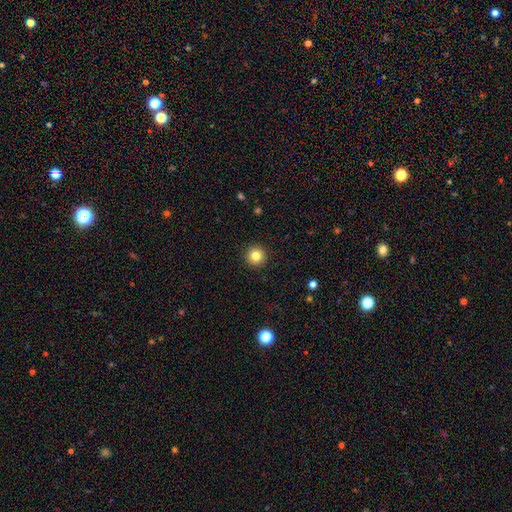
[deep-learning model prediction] Smooth or featured?
  - smooth: 82% *
  - star or artifact: 11%
  - featured or disk: 7%
How rounded?
  - round: 96% *
  - in between: 3%
  - cigar-shaped: 1%
Merging?
  - none: 93% *
  - minor disturbance: 4%
  - major disturbance: 2%
  - merger: 1%